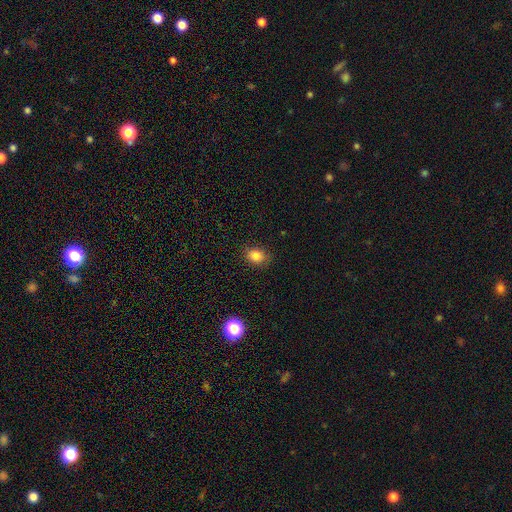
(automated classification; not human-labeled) Smooth or featured? Predicted: smooth (p=0.83). How rounded? Predicted: in between (p=0.53). Merging? Predicted: none (p=0.84).